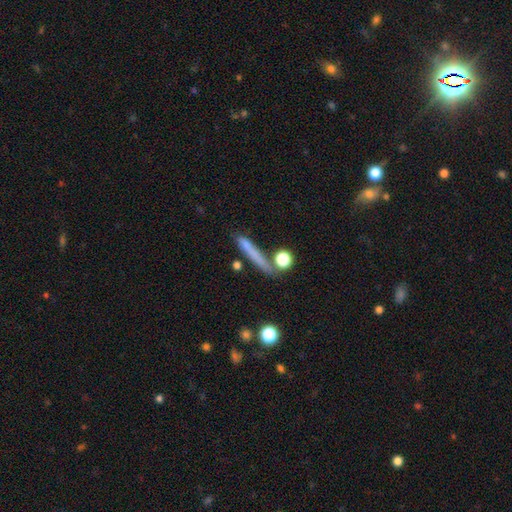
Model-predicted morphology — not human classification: smooth 68%, featured or disk 23%, star or artifact 9%. Down the decision tree: how rounded — cigar-shaped (87%); merging — none (71%).